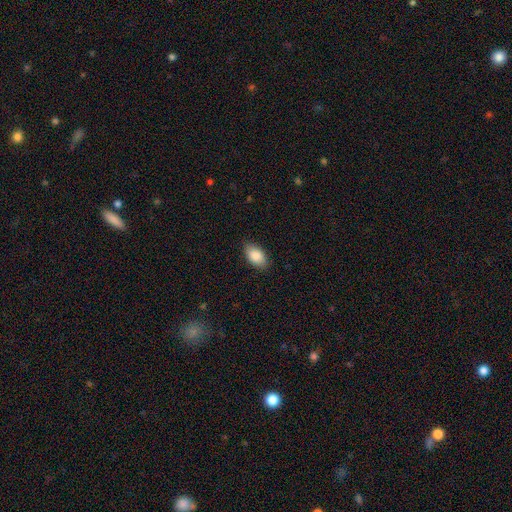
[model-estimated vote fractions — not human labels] Smooth or featured?
  - smooth: 88% *
  - star or artifact: 6%
  - featured or disk: 6%
How rounded?
  - in between: 93% *
  - round: 4%
  - cigar-shaped: 2%
Merging?
  - none: 85% *
  - minor disturbance: 11%
  - major disturbance: 2%
  - merger: 1%